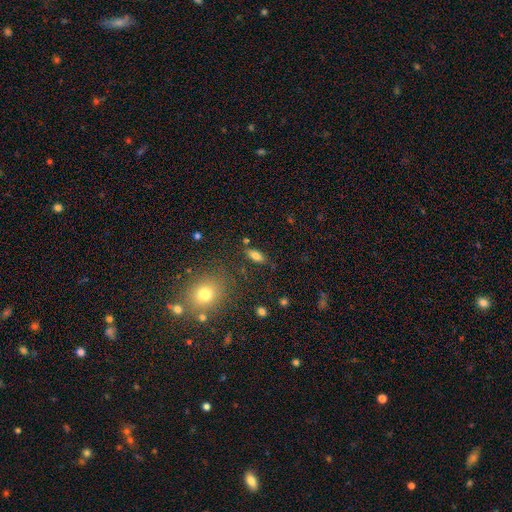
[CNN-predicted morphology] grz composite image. It shows a smooth galaxy with no disk features (78%) that is in between round and cigar-shaped (81%). Merging: none (80%).